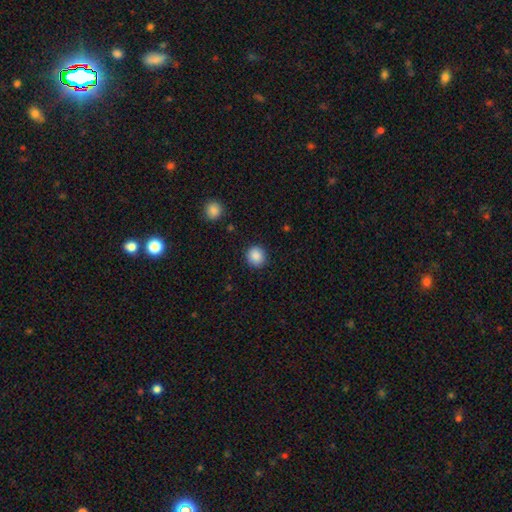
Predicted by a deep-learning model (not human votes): This appears to be a smooth galaxy with no disk features (88%) that is round (89%). Merging: none (91%).